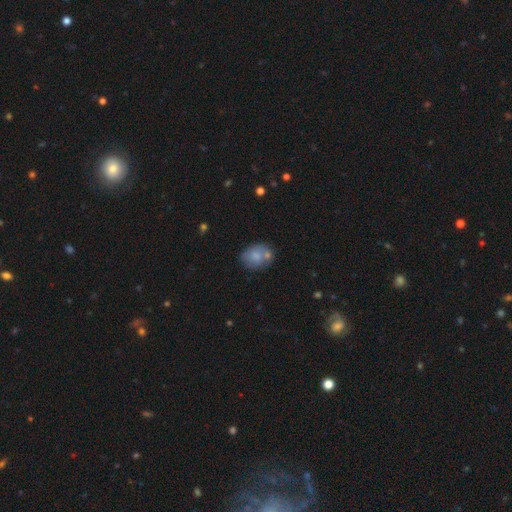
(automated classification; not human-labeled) The model was most divided on "how rounded": in between: 62%, round: 36%, cigar-shaped: 1%. More confident: smooth or featured — smooth (73%); merging — none (54%).